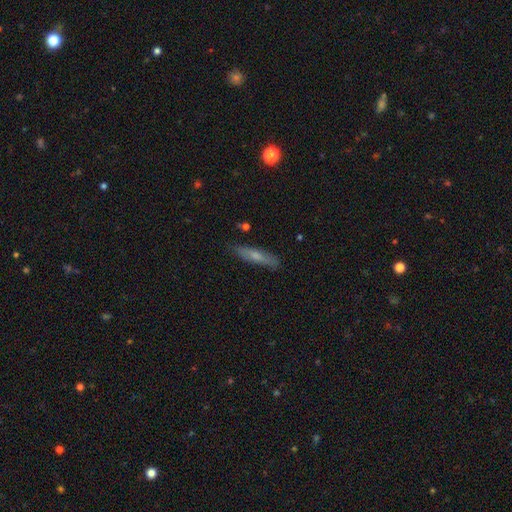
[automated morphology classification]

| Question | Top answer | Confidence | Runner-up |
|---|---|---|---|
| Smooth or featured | smooth | 56% | featured or disk (36%) |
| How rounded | cigar-shaped | 84% | in between (14%) |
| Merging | none | 84% | minor disturbance (12%) |